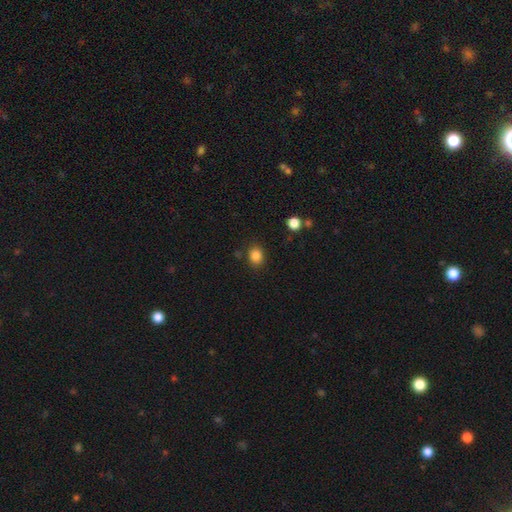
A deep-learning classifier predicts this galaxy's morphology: This appears to be a smooth galaxy with no disk features (85%) that is round (57%). Merging: none (84%).